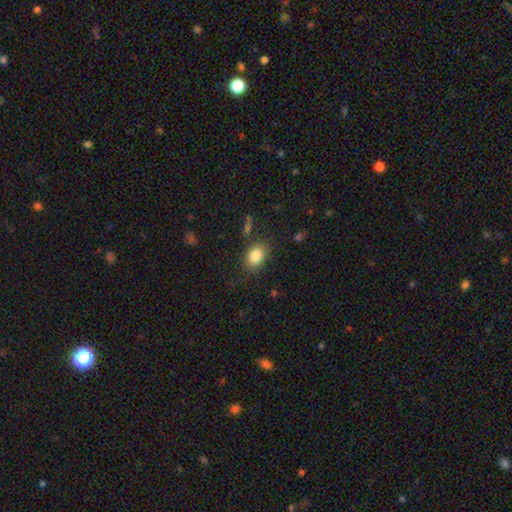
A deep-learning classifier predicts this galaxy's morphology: Overall: smooth (85%). How rounded: in between (74%). Merging: none (80%).